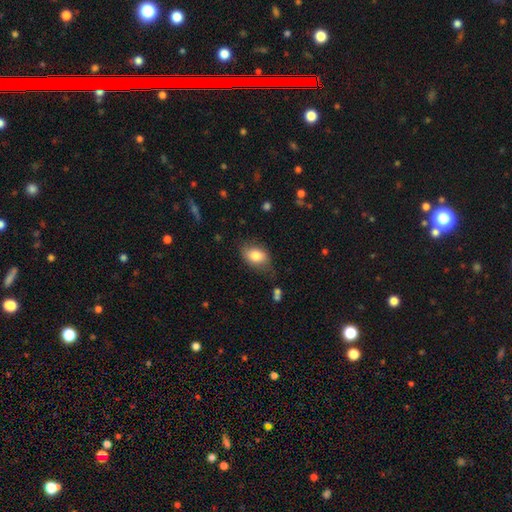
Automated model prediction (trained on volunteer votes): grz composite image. It shows a smooth galaxy with no disk features (81%) that is in between round and cigar-shaped (83%). Merging: none (69%).